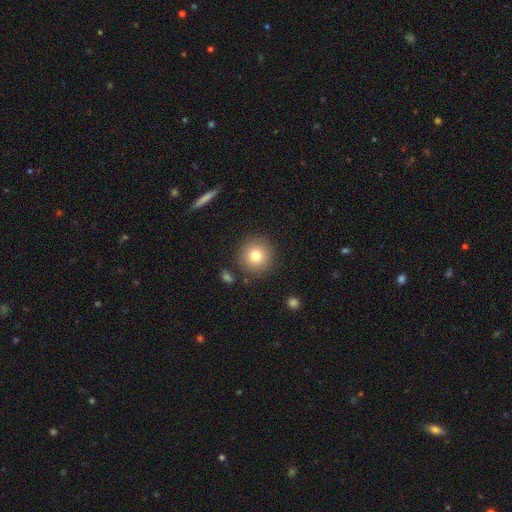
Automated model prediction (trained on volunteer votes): This appears to be a smooth galaxy with no disk features (79%) that is round (94%). Merging: none (87%).